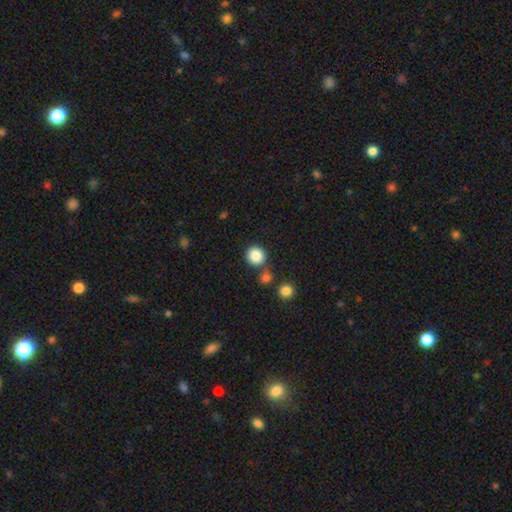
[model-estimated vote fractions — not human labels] This is clearly a smooth galaxy (86%). How rounded: clearly round (89%). Merging: likely none (75%).